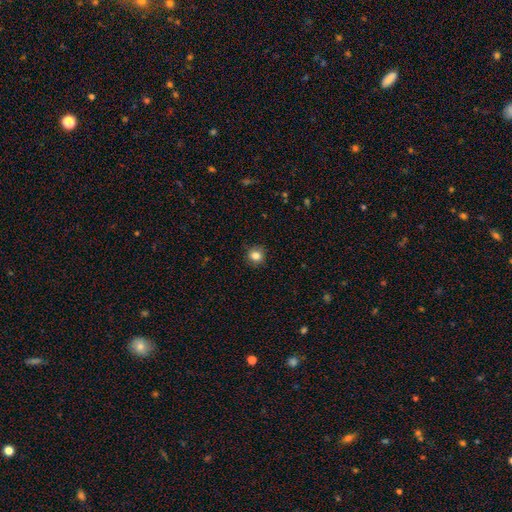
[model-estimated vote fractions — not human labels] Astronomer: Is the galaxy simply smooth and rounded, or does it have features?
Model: smooth — 83%.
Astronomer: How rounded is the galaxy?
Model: round — 87%.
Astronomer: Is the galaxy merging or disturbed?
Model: none — 88%.